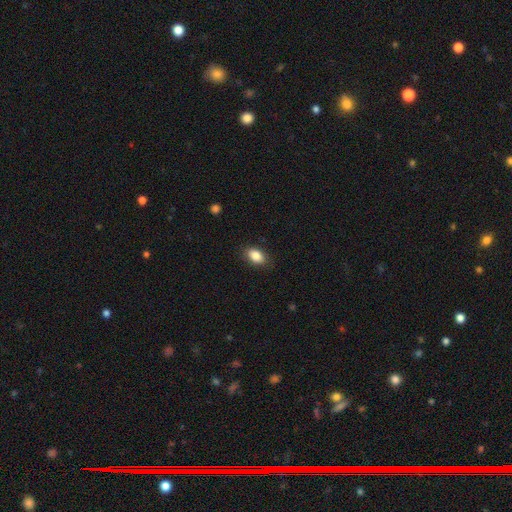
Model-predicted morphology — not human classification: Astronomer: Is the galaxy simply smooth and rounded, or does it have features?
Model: smooth — 86%.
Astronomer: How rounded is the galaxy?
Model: in between — 88%.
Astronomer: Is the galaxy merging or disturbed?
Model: none — 86%.